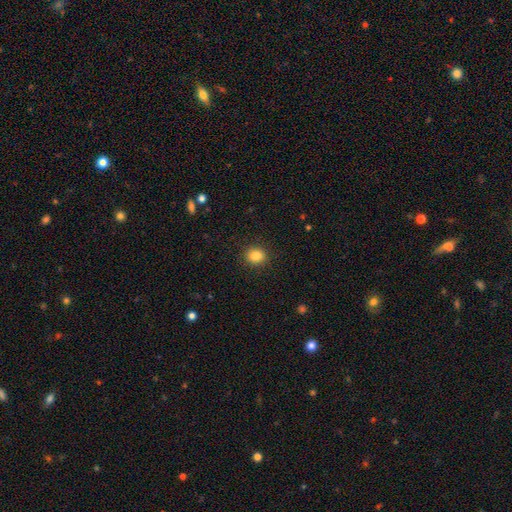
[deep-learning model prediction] Smooth or featured? smooth (85%)
How rounded? round (69%)
Merging? none (90%)